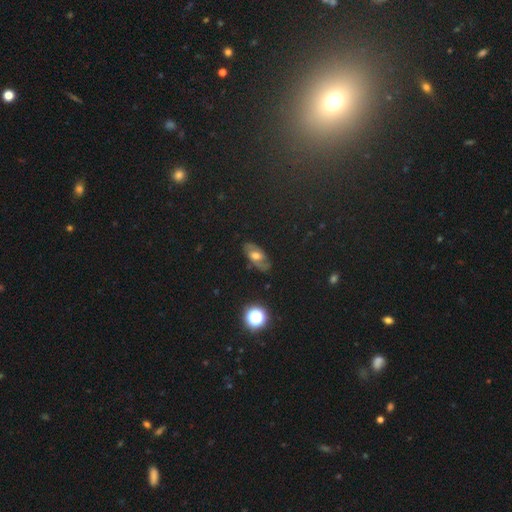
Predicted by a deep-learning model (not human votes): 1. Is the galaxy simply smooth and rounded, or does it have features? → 51% featured or disk, 30% smooth, 19% star or artifact.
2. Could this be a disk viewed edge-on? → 90% no, 10% yes.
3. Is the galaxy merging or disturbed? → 79% none, 15% minor disturbance, 5% major disturbance, 2% merger.